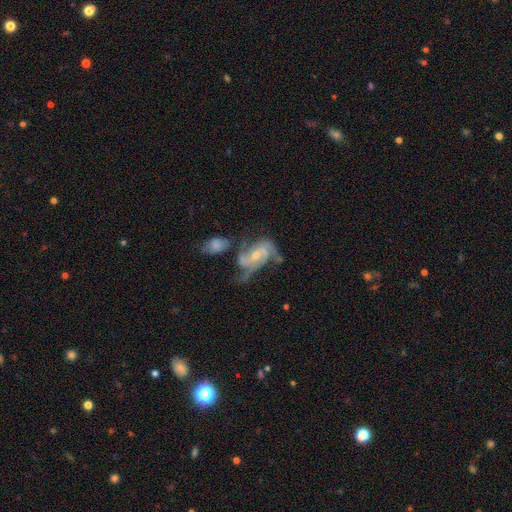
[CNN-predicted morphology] Overall: featured or disk (87%). Edge-on disk: no (97%). Bar: no (47%; weak 38%). Spiral arms: yes (96%). Spiral arm count: 2 (40%; 3 34%). Spiral winding: medium (48%; tight 31%). Bulge size: small (51%; moderate 46%). Merging: none (36%; merger 25%).